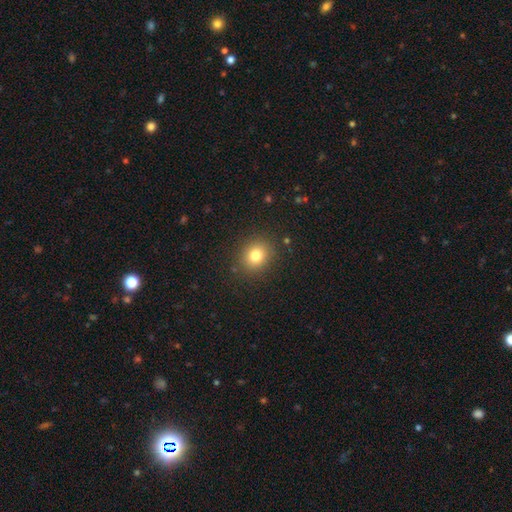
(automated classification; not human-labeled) smooth 79%, star or artifact 13%, featured or disk 8%. Down the decision tree: how rounded — round (72%); merging — none (88%).